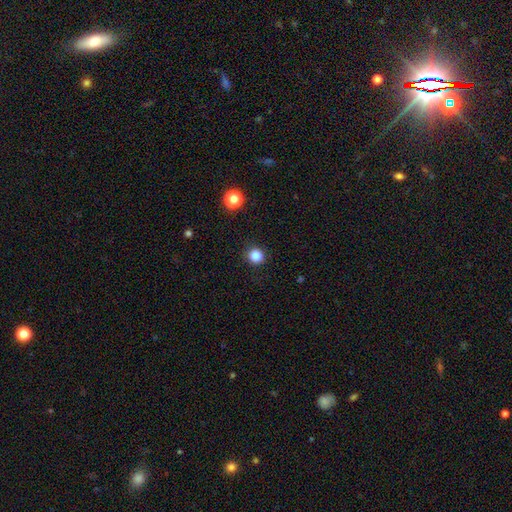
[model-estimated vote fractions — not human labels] A smooth galaxy with no disk features (84%) that is round (92%). Merging: none (91%).